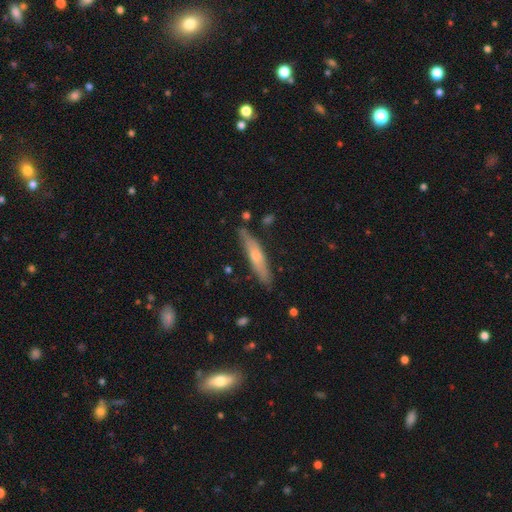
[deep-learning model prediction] smooth_or_featured: smooth (p=0.48) [alt: featured or disk p=0.46]
merging: none (p=0.82) [alt: minor disturbance p=0.14]